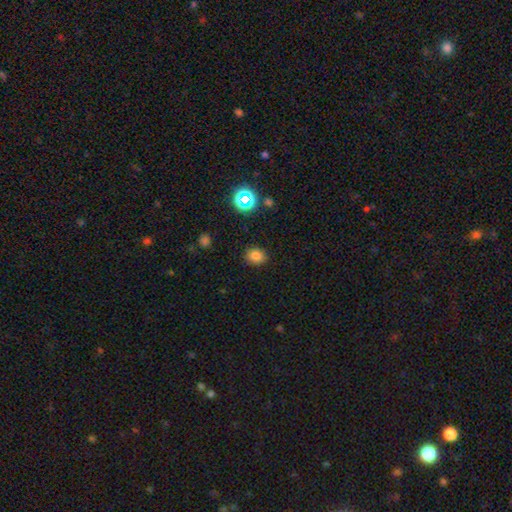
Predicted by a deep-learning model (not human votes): smooth_or_featured: smooth (p=0.77) [alt: star or artifact p=0.16]
how_rounded: round (p=0.52) [alt: in between p=0.48]
merging: none (p=0.87) [alt: minor disturbance p=0.09]